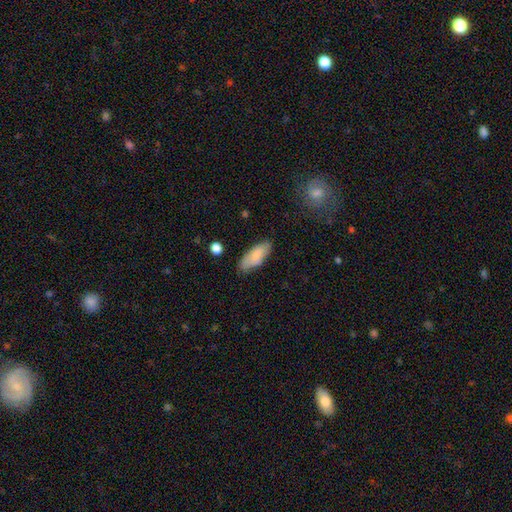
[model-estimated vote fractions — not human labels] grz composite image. It shows a smooth galaxy with no disk features (79%) that is in between round and cigar-shaped (78%). Merging: none (76%).